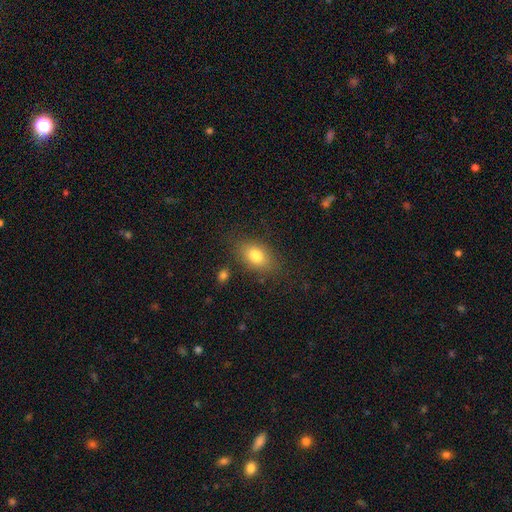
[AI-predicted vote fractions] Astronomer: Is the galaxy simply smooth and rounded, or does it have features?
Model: smooth — 79%.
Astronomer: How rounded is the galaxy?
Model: in between — 84%.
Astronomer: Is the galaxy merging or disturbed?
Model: none — 78%.